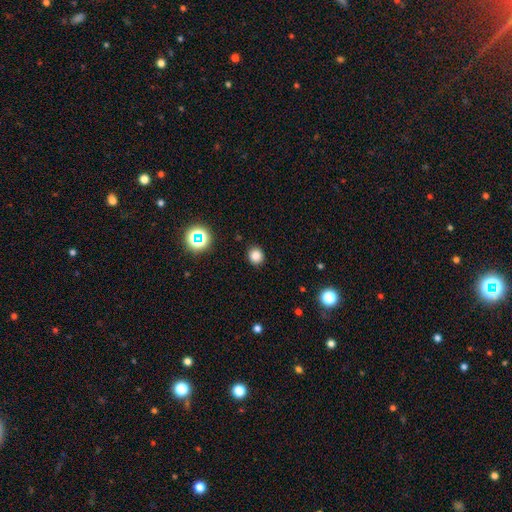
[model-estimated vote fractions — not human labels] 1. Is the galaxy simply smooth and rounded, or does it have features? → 81% smooth, 14% star or artifact, 4% featured or disk.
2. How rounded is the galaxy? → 82% round, 17% in between, 1% cigar-shaped.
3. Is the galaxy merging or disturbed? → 90% none, 7% minor disturbance, 2% major disturbance, 1% merger.